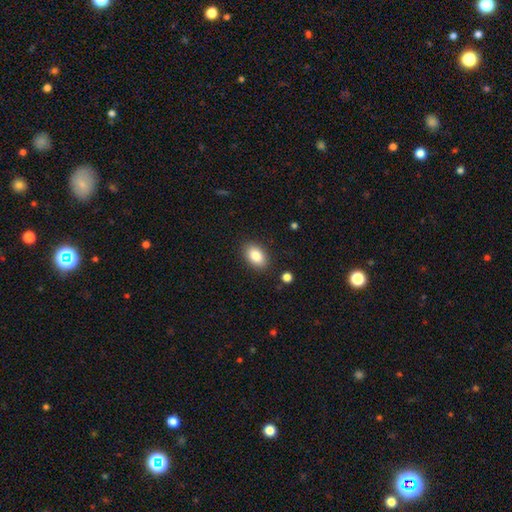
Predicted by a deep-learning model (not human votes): Q: Smooth or featured?
A: smooth (85%); runner-up: star or artifact (8%)
Q: How rounded?
A: in between (89%); runner-up: round (9%)
Q: Merging?
A: none (87%); runner-up: minor disturbance (9%)